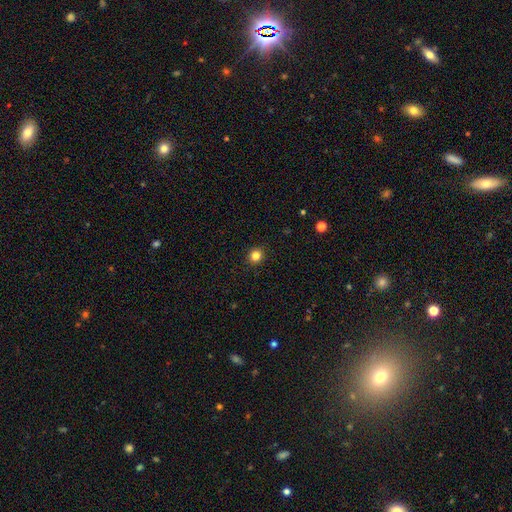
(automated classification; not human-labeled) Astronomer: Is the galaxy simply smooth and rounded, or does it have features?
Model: smooth — 83%.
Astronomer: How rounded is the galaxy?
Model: round — 89%.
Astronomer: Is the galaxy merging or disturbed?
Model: none — 92%.